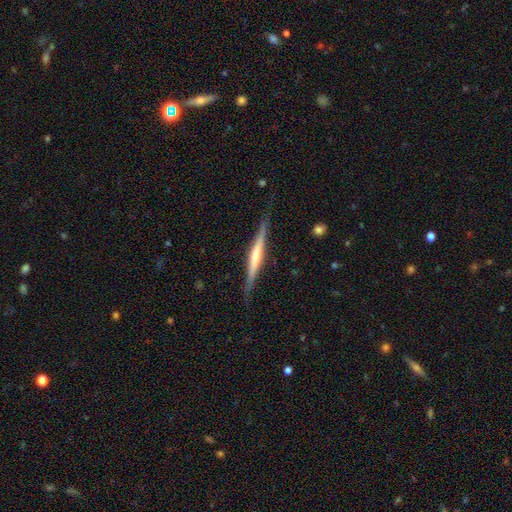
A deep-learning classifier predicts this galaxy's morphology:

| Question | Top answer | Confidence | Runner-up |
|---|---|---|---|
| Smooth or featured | featured or disk | 68% | smooth (26%) |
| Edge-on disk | yes | 97% | no (3%) |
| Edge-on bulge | rounded | 51% | none (34%) |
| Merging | none | 84% | minor disturbance (12%) |